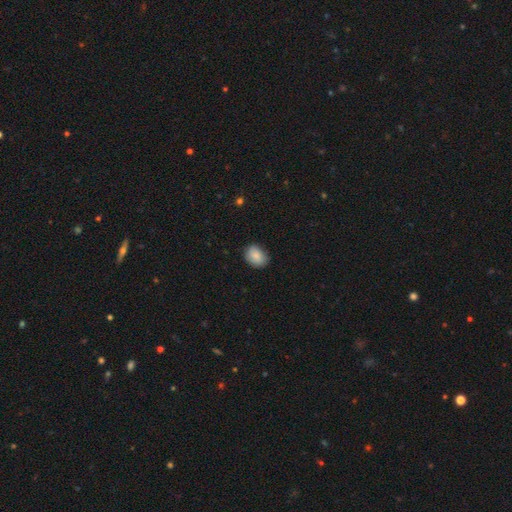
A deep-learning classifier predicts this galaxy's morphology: This is clearly a smooth galaxy (86%). How rounded: likely in between (63%). Merging: likely none (79%).